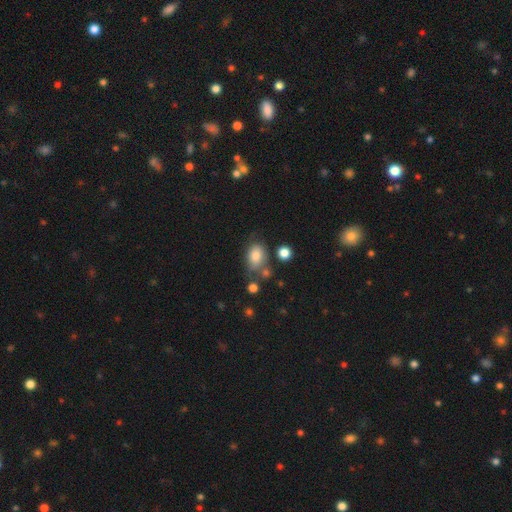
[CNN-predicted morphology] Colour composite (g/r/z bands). It shows a smooth galaxy with no disk features (80%) that is in between round and cigar-shaped (80%). Merging: none (55%).